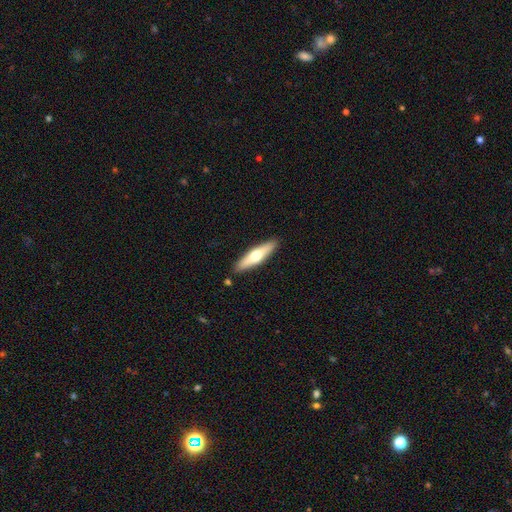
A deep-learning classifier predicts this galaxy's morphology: Smooth or featured? smooth (49%)
Merging? none (88%)